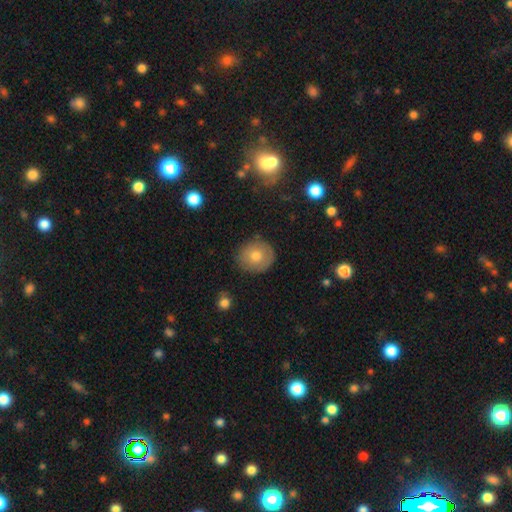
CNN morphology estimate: Smooth or featured?
  - smooth: 75% *
  - featured or disk: 17%
  - star or artifact: 8%
How rounded?
  - round: 84% *
  - in between: 15%
  - cigar-shaped: 1%
Merging?
  - none: 84% *
  - minor disturbance: 12%
  - major disturbance: 3%
  - merger: 1%